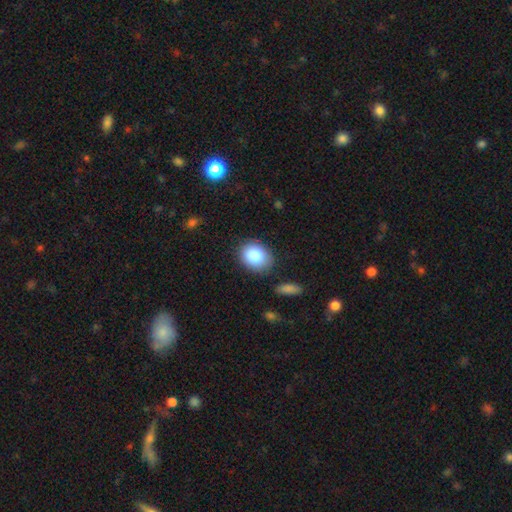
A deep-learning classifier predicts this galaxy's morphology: smooth_or_featured: smooth (p=0.87) [alt: star or artifact p=0.08]
how_rounded: in between (p=0.53) [alt: round p=0.46]
merging: none (p=0.82) [alt: minor disturbance p=0.12]